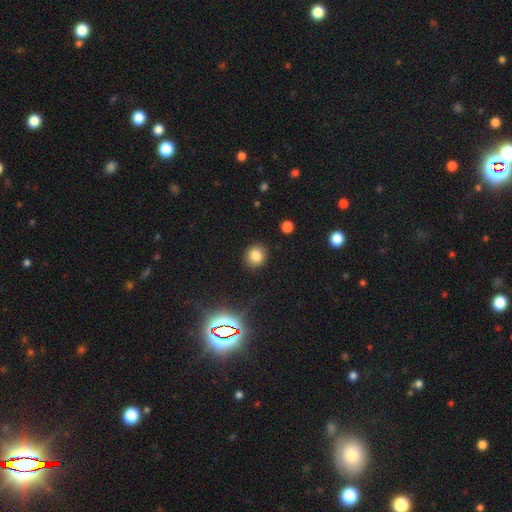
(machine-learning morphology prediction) This appears to be a smooth galaxy with no disk features (80%) that is round (84%). Merging: none (89%).